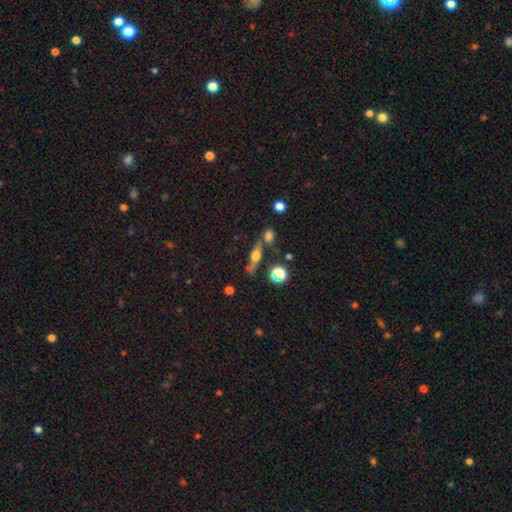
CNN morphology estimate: Smooth or featured? Predicted: featured or disk (p=0.52). Edge-on disk? Predicted: yes (p=0.77). Merging? Predicted: none (p=0.59).